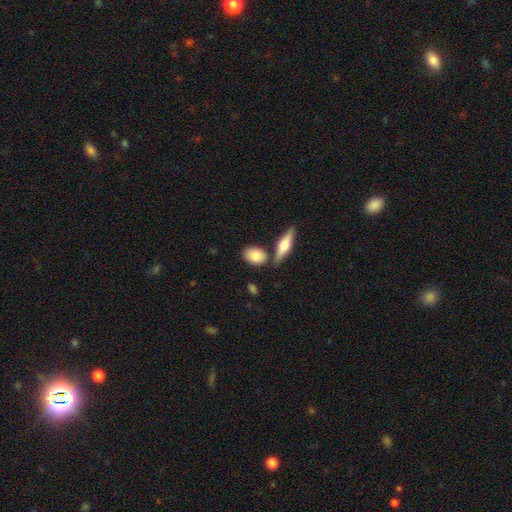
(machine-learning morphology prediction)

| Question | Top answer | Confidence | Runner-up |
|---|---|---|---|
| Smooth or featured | smooth | 79% | featured or disk (15%) |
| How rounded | in between | 78% | round (17%) |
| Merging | none | 70% | merger (14%) |